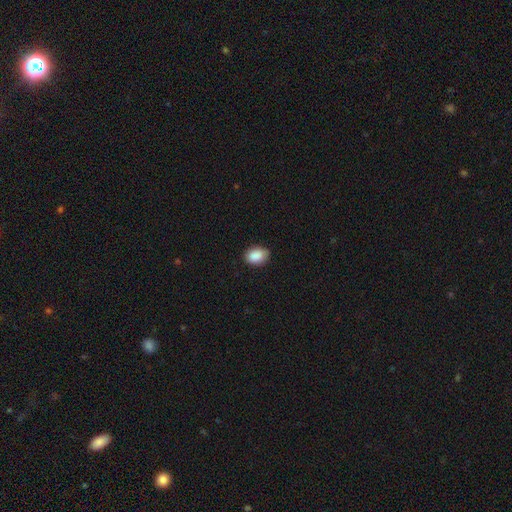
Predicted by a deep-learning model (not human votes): smooth_or_featured: smooth (p=0.89) [alt: star or artifact p=0.07]
how_rounded: in between (p=0.76) [alt: round p=0.23]
merging: none (p=0.81) [alt: minor disturbance p=0.16]